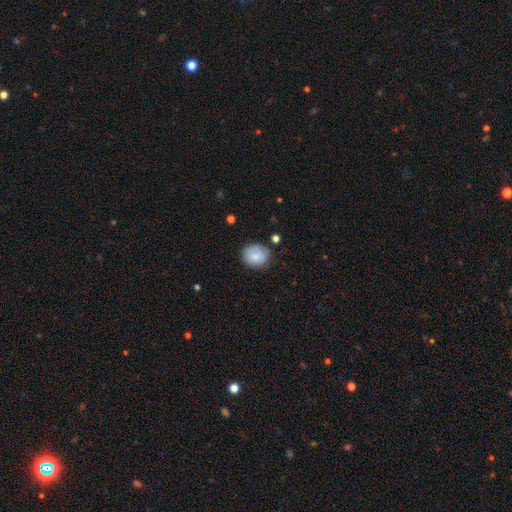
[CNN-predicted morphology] Smooth or featured: smooth — 78% (featured or disk — 14%)
How rounded: round — 62% (in between — 37%)
Merging: none — 72% (minor disturbance — 20%)